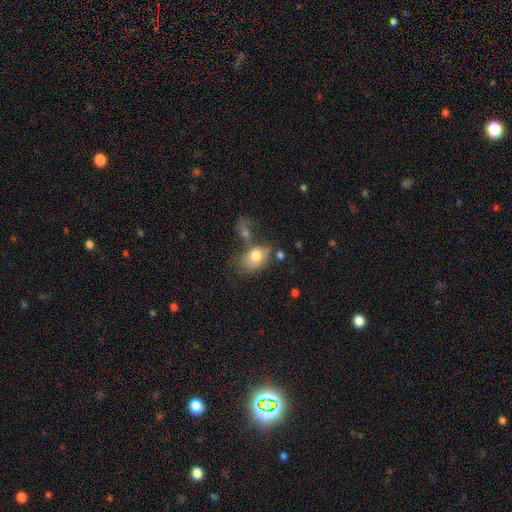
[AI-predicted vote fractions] Smooth or featured?
  - smooth: 76% *
  - featured or disk: 16%
  - star or artifact: 8%
How rounded?
  - in between: 78% *
  - round: 21%
  - cigar-shaped: 1%
Merging?
  - none: 36% *
  - merger: 29%
  - minor disturbance: 20%
  - major disturbance: 15%